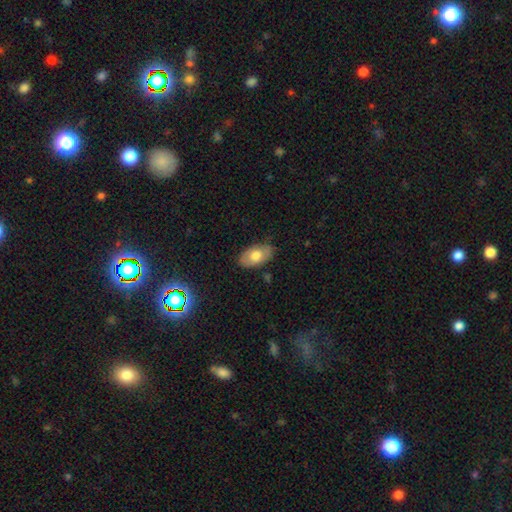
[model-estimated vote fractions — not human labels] Morphology: type=smooth (66%); roundness=in between (93%); merging=none (80%).